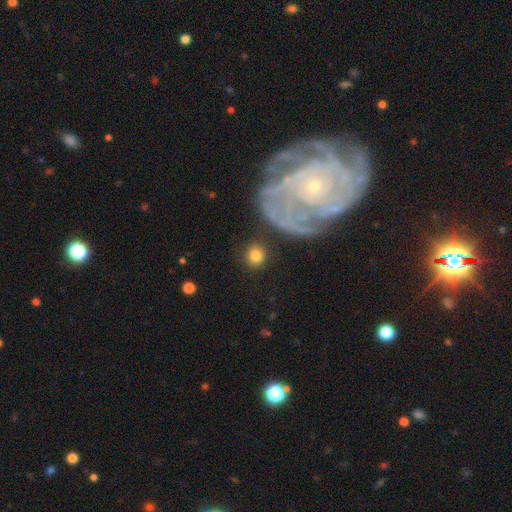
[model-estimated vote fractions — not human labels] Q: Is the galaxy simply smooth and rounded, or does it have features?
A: smooth — 80%.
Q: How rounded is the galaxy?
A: round — 89%.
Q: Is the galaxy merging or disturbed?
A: none — 85%.